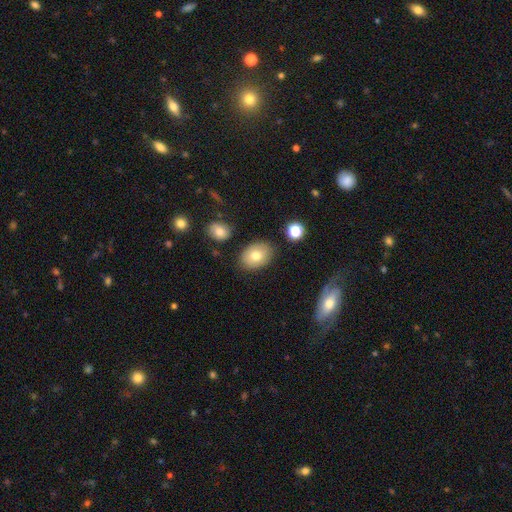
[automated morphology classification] Smooth or featured: smooth — 76% (featured or disk — 15%)
How rounded: in between — 76% (round — 23%)
Merging: none — 83% (minor disturbance — 11%)